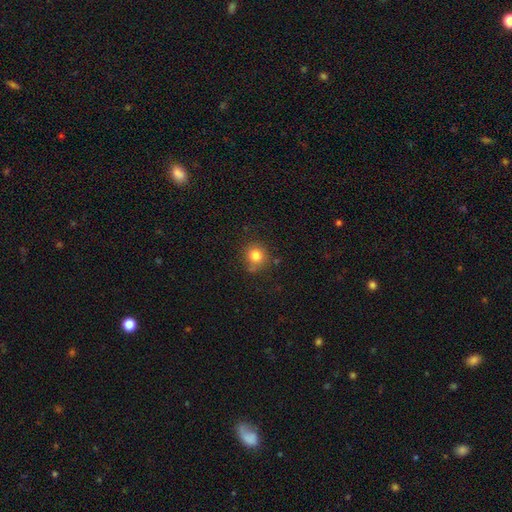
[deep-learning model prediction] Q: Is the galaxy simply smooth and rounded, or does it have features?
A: smooth — 82%.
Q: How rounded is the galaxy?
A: round — 88%.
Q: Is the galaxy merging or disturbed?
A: none — 75%.